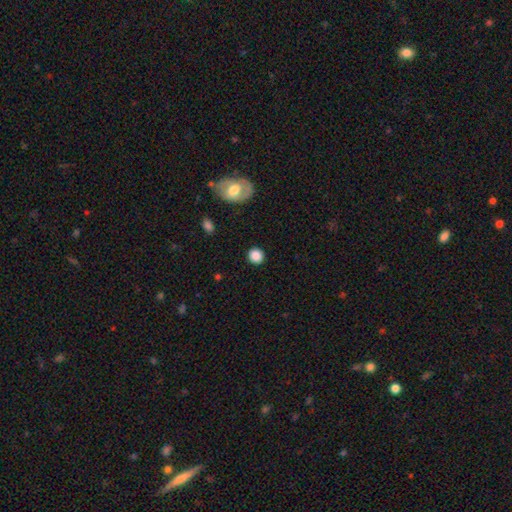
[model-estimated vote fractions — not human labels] This appears to be a smooth galaxy with no disk features (87%) that is round (88%). Merging: none (90%).